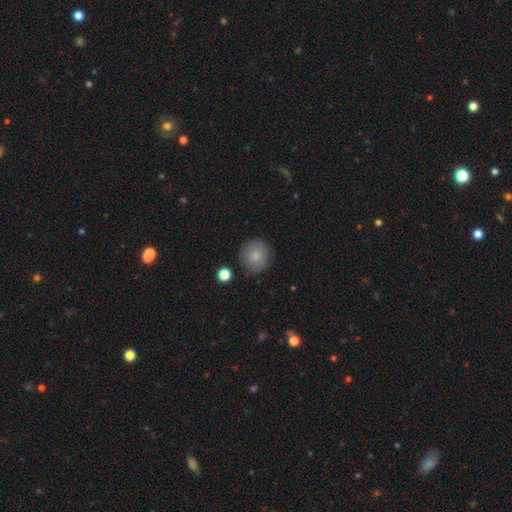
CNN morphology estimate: Smooth or featured? Predicted: smooth (p=0.83). How rounded? Predicted: round (p=0.88). Merging? Predicted: none (p=0.85).